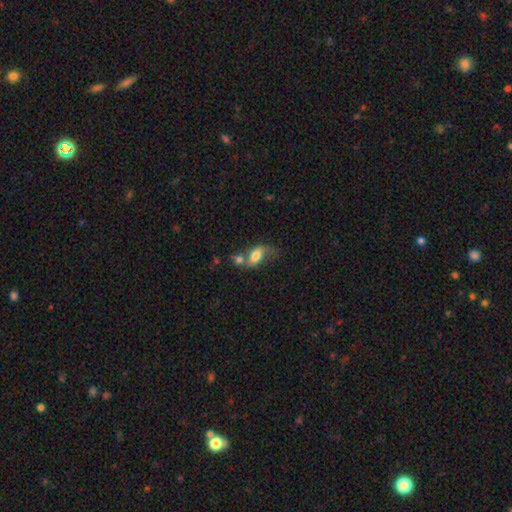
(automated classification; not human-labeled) Smooth or featured?
  - smooth: 62% *
  - featured or disk: 29%
  - star or artifact: 9%
How rounded?
  - in between: 82% *
  - round: 10%
  - cigar-shaped: 8%
Merging?
  - merger: 45% *
  - none: 25%
  - minor disturbance: 16%
  - major disturbance: 14%